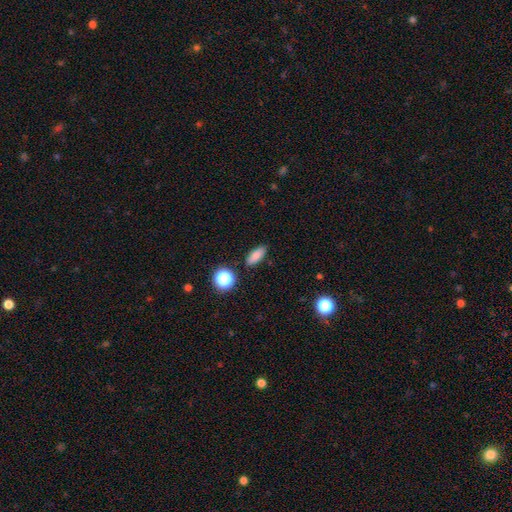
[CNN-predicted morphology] Smooth or featured? smooth (81%)
How rounded? in between (72%)
Merging? none (87%)